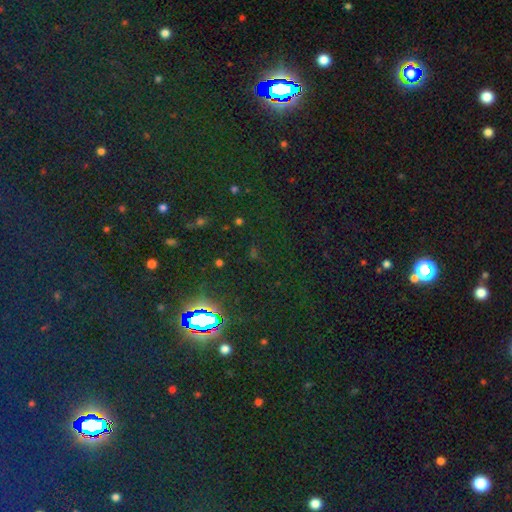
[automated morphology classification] A star or artifact, not a galaxy (78%).

Vote fractions:
- Smooth or featured? star or artifact: 78% / smooth: 14% / featured or disk: 8%